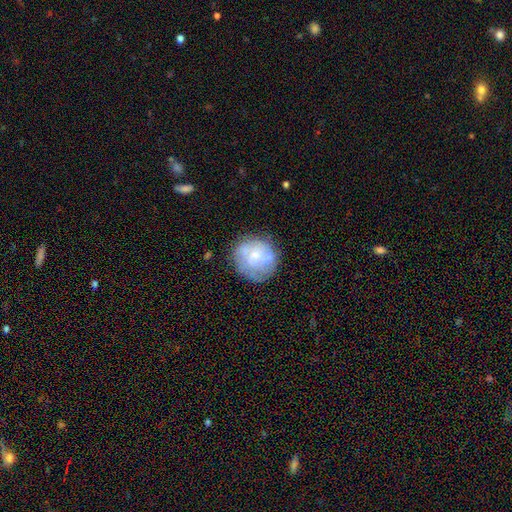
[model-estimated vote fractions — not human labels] Overall: featured or disk (50%; smooth 42%). Edge-on disk: no (98%). Merging: none (63%).